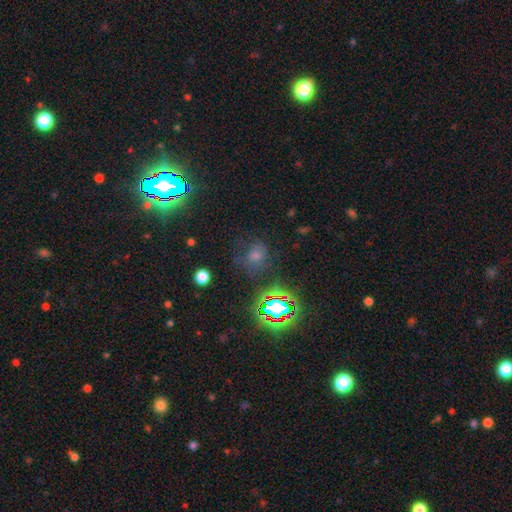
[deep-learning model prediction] star or artifact 49%, smooth 39%, featured or disk 12%.